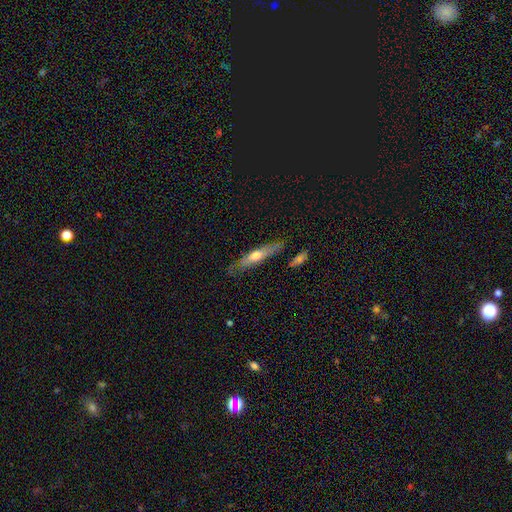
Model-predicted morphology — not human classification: smooth_or_featured: smooth (p=0.47) [tied with: featured or disk p=0.47]
merging: none (p=0.73) [alt: minor disturbance p=0.19]